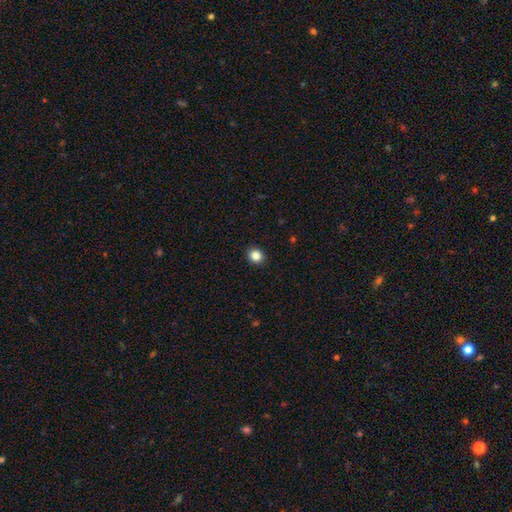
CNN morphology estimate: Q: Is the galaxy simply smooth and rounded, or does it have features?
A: smooth — 85%.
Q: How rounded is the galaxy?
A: round — 77%.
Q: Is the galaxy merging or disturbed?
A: none — 92%.